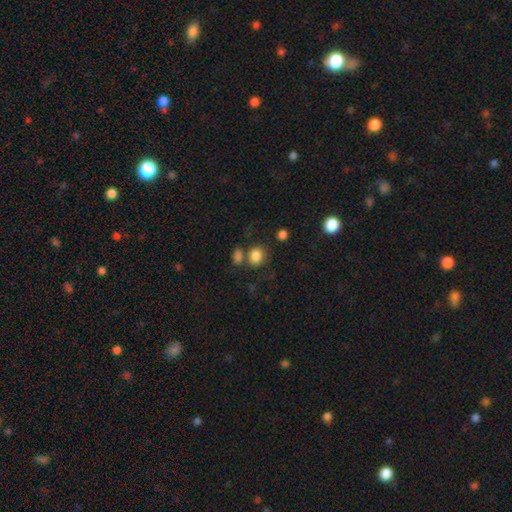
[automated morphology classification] A smooth galaxy with no disk features (82%) that is round (56%).

Vote fractions:
- Smooth or featured? smooth: 82% / star or artifact: 11% / featured or disk: 7%
- How rounded? round: 56% / in between: 43% / cigar-shaped: 1%
- Merging? none: 58% / merger: 21% / minor disturbance: 15% / major disturbance: 7%